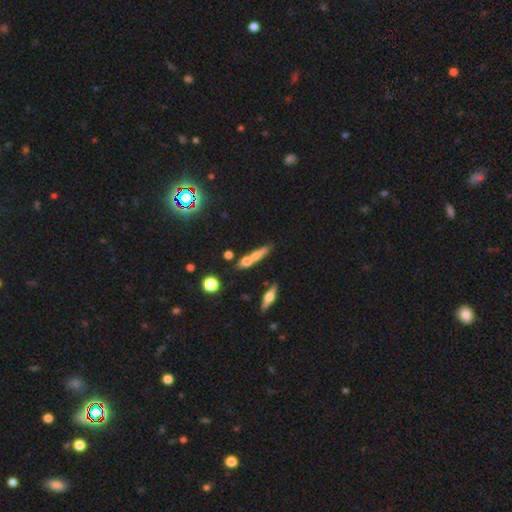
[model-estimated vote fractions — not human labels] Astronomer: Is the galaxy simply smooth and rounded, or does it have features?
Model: smooth — 54% (runner-up: featured or disk, 33%).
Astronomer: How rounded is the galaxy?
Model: cigar-shaped — 69%.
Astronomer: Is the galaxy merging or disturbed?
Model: none — 47% (runner-up: merger, 36%).